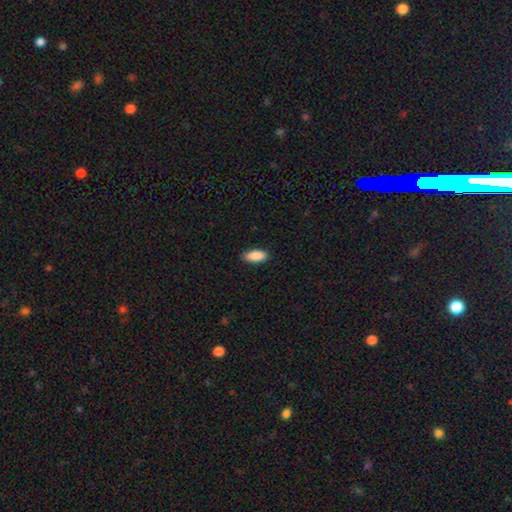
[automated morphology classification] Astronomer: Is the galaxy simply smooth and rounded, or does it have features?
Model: smooth — 90%.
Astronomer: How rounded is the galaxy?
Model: in between — 87%.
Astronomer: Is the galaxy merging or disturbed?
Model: none — 87%.